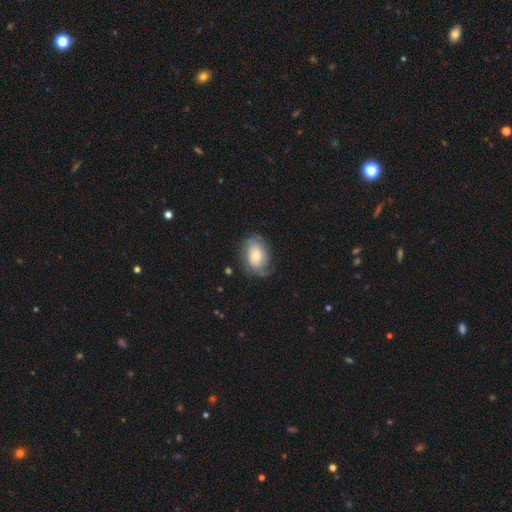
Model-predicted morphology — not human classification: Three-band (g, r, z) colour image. It shows a smooth galaxy with no disk features (47%). Merging: none (60%).